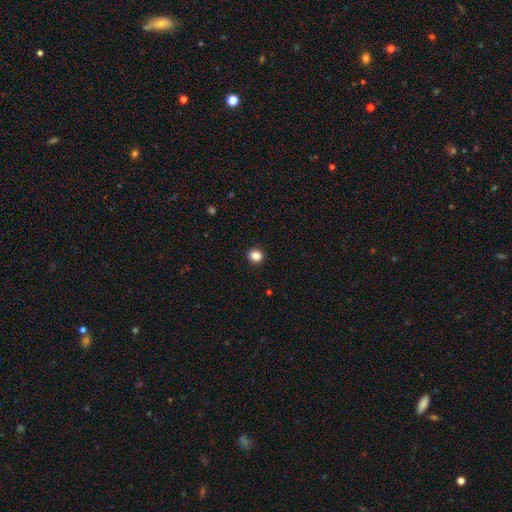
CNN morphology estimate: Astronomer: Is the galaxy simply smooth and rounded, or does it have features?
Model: smooth — 86%.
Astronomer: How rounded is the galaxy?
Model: round — 71%.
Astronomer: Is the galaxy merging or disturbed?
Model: none — 91%.